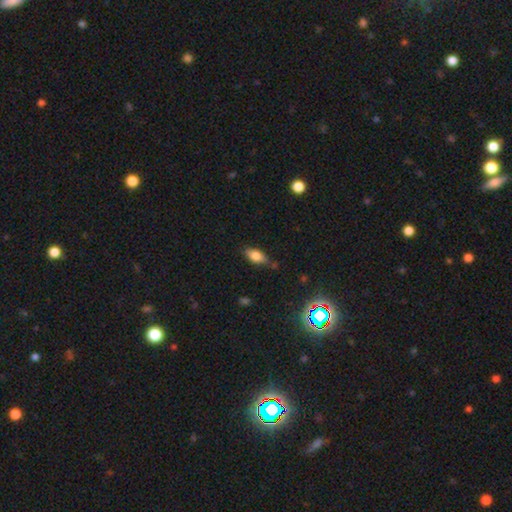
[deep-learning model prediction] The model was most divided on "merging": none: 72%, minor disturbance: 20%, major disturbance: 4%, merger: 4%. More confident: how rounded — in between (86%); smooth or featured — smooth (77%).